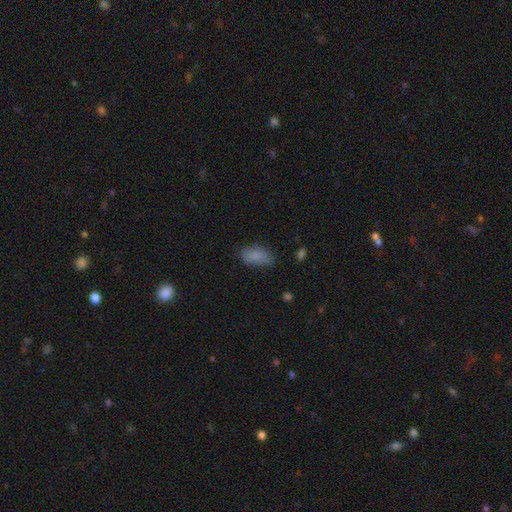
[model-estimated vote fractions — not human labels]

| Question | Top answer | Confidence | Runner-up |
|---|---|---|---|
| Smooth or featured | smooth | 82% | featured or disk (10%) |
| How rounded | in between | 91% | cigar-shaped (5%) |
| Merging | none | 66% | minor disturbance (26%) |